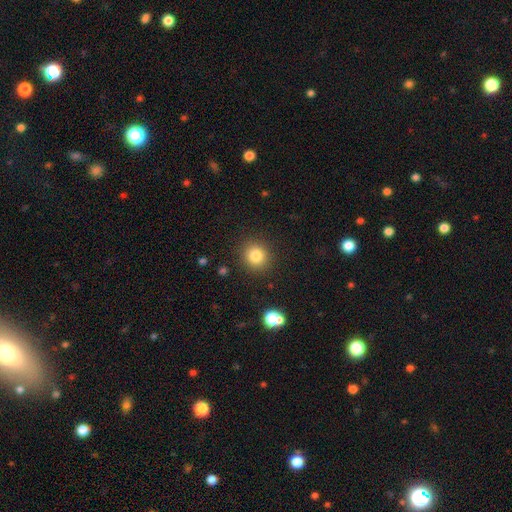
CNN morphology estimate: Smooth or featured? Predicted: smooth (p=0.82). How rounded? Predicted: round (p=0.87). Merging? Predicted: none (p=0.88).